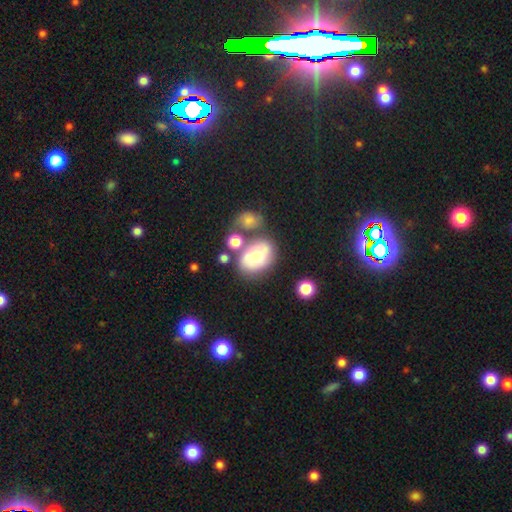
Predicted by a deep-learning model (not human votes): A smooth galaxy with no disk features (56%) that is in between round and cigar-shaped (72%). Merging: none (49%).